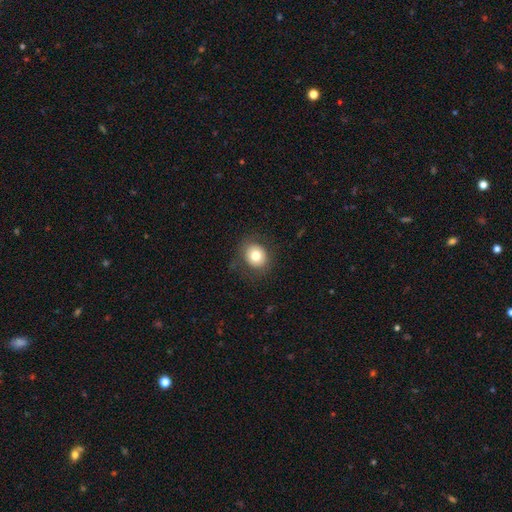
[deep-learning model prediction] smooth-or-featured: smooth: 75% | featured or disk: 15% | star or artifact: 10%
  how-rounded: round: 72% | in between: 27% | cigar-shaped: 1%
  merging: none: 82% | minor disturbance: 12% | major disturbance: 6% | merger: 1%